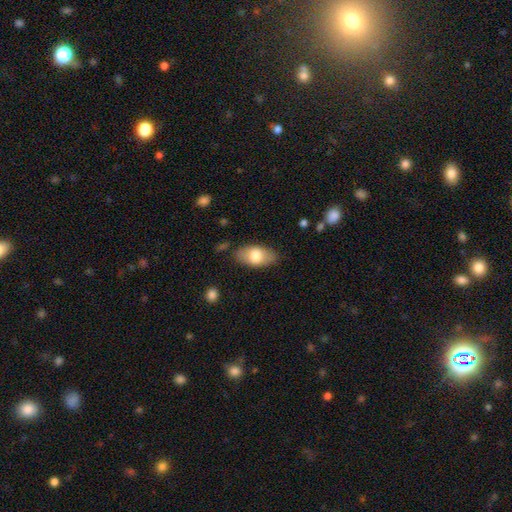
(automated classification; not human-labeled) This appears to be a smooth galaxy with no disk features (73%) that is in between round and cigar-shaped (93%). Merging: none (81%).